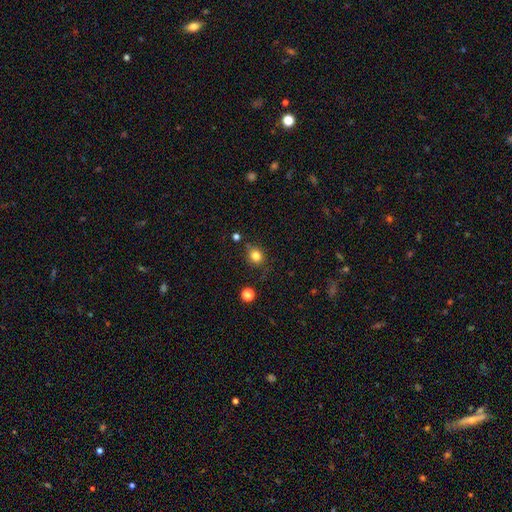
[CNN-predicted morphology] Smooth or featured? Predicted: smooth (p=0.82). How rounded? Predicted: round (p=0.76). Merging? Predicted: none (p=0.79).